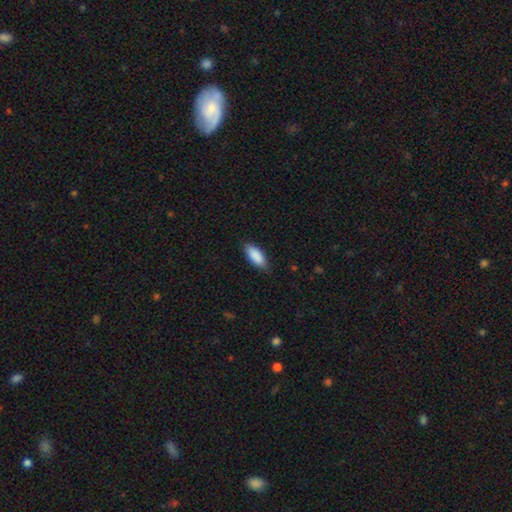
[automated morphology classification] Q: Smooth or featured?
A: smooth (90%); runner-up: star or artifact (6%)
Q: How rounded?
A: in between (81%); runner-up: cigar-shaped (17%)
Q: Merging?
A: none (85%); runner-up: minor disturbance (12%)